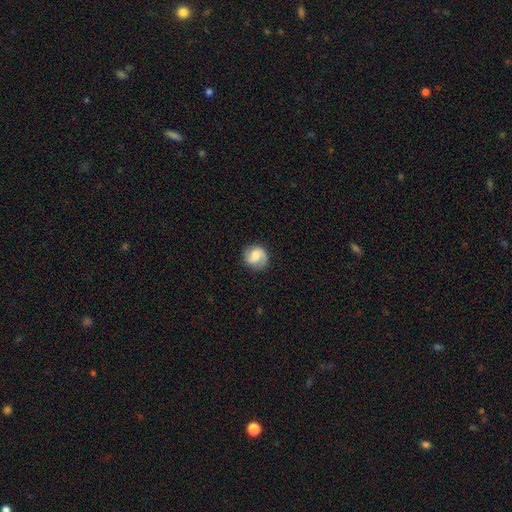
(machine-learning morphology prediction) smooth_or_featured: featured or disk (p=0.59) [alt: smooth p=0.34]
disk_edge_on: no (p=0.98) [alt: yes p=0.02]
bar: weak (p=0.48) [alt: no p=0.37]
has_spiral_arms: yes (p=0.91) [alt: no p=0.09]
spiral_winding: medium (p=0.46) [alt: loose p=0.30]
spiral_arm_count: 2 (p=0.87) [alt: can't tell p=0.05]
bulge_size: moderate (p=0.53) [alt: small p=0.30]
merging: none (p=0.84) [alt: minor disturbance p=0.11]